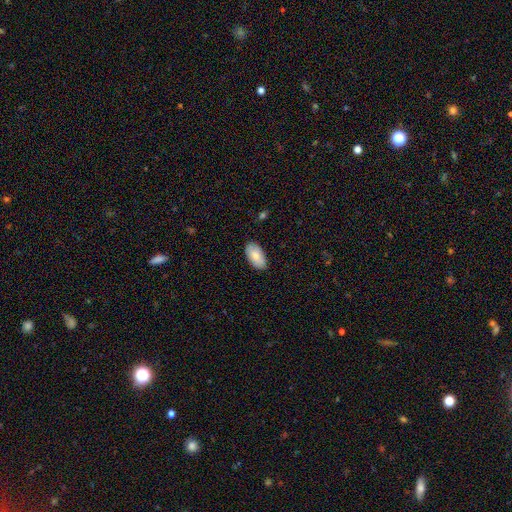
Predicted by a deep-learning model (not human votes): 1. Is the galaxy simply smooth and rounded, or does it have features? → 82% smooth, 12% featured or disk, 6% star or artifact.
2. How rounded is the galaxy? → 95% in between, 2% round, 2% cigar-shaped.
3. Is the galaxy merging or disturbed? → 86% none, 11% minor disturbance, 2% major disturbance, 1% merger.